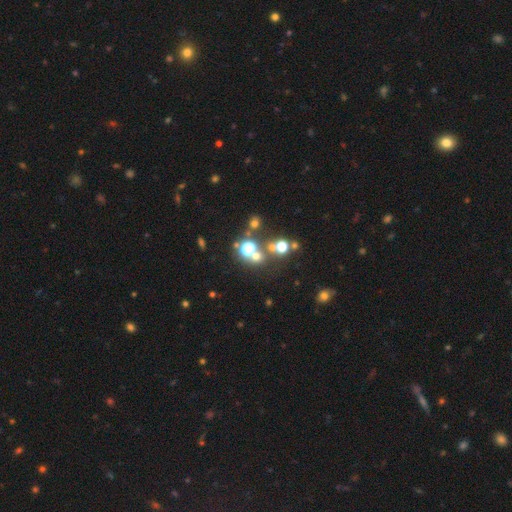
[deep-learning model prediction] smooth 47%, star or artifact 41%, featured or disk 12%. Down the decision tree: merging — none (64%).